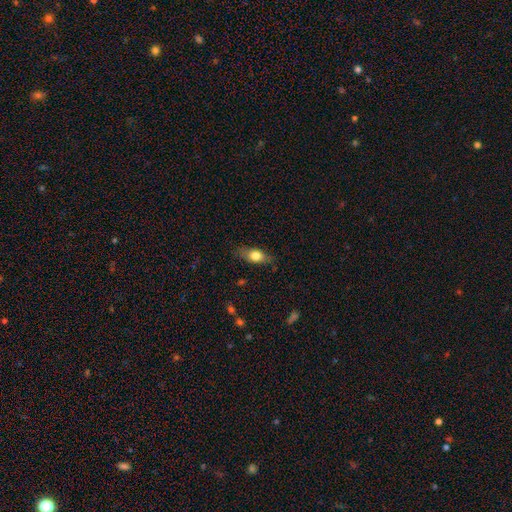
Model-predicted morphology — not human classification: Smooth or featured?
  - smooth: 72% *
  - featured or disk: 20%
  - star or artifact: 8%
How rounded?
  - in between: 75% *
  - cigar-shaped: 16%
  - round: 10%
Merging?
  - none: 74% *
  - minor disturbance: 20%
  - major disturbance: 5%
  - merger: 1%